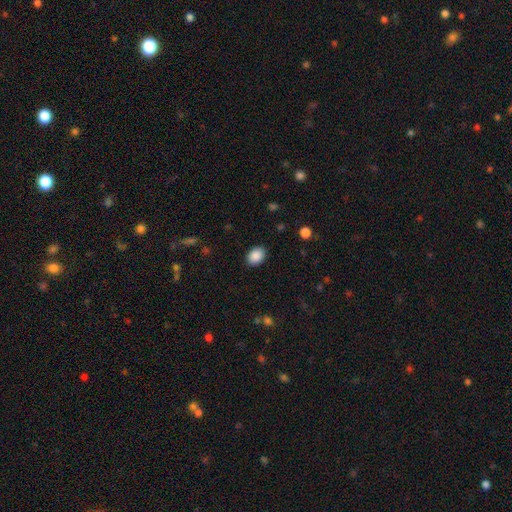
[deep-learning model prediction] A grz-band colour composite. It shows a smooth galaxy with no disk features (89%) that is in between round and cigar-shaped (71%). Merging: none (88%).